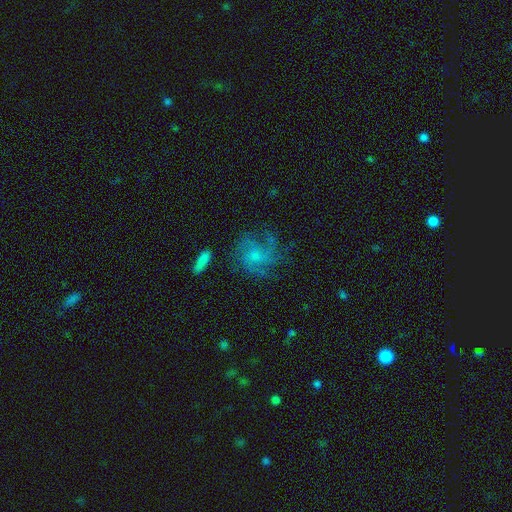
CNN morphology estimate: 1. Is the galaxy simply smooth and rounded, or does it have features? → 64% featured or disk, 25% smooth, 11% star or artifact.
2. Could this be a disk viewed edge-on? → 97% no, 3% yes.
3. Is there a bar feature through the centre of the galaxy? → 76% no, 21% weak, 3% strong.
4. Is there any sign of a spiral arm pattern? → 86% yes, 14% no.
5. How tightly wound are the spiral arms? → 45% medium, 29% tight, 26% loose.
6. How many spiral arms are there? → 28% 3, 27% can't tell, 23% 4, 10% 2, 7% more than 4, 6% 1.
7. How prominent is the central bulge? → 47% small, 30% moderate, 17% none, 3% large, 1% dominant.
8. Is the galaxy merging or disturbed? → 62% none, 19% minor disturbance, 17% major disturbance, 3% merger.